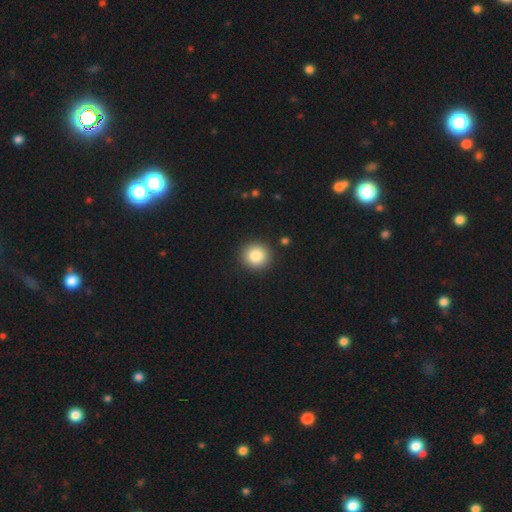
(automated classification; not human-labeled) Smooth or featured?
  - smooth: 85% *
  - star or artifact: 9%
  - featured or disk: 6%
How rounded?
  - round: 91% *
  - in between: 8%
  - cigar-shaped: 1%
Merging?
  - none: 91% *
  - minor disturbance: 6%
  - major disturbance: 2%
  - merger: 2%